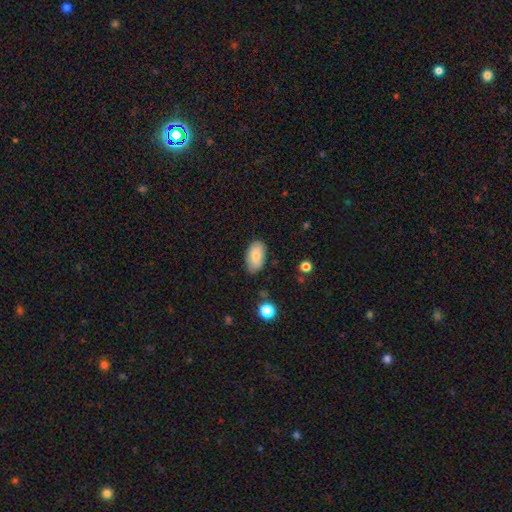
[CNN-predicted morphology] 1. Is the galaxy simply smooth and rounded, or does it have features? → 80% smooth, 13% featured or disk, 7% star or artifact.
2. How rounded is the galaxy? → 94% in between, 4% round, 2% cigar-shaped.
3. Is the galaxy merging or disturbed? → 80% none, 16% minor disturbance, 3% major disturbance, 2% merger.